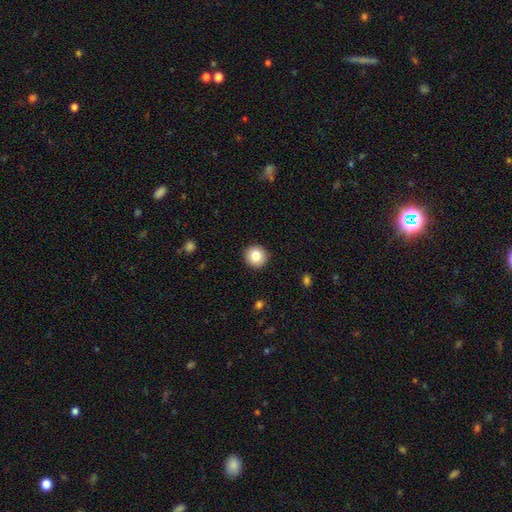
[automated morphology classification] A smooth galaxy with no disk features (82%) that is round (93%). Merging: none (92%).